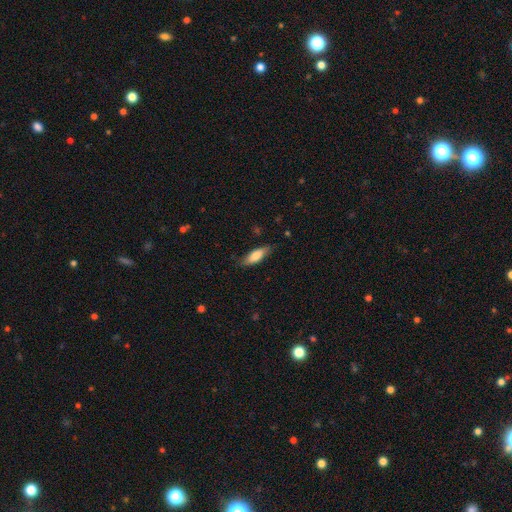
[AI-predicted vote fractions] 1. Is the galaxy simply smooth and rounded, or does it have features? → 76% smooth, 18% featured or disk, 6% star or artifact.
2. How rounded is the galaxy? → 58% in between, 40% cigar-shaped, 2% round.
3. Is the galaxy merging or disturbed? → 75% none, 20% minor disturbance, 4% major disturbance, 1% merger.